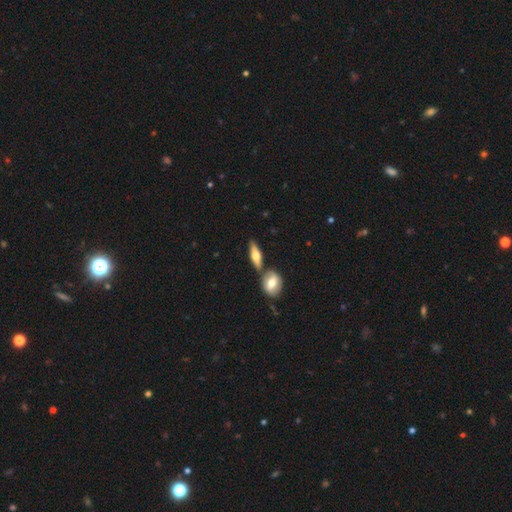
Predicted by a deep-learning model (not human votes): Smooth or featured?
  - smooth: 53% *
  - featured or disk: 41%
  - star or artifact: 6%
How rounded?
  - in between: 53% *
  - cigar-shaped: 43%
  - round: 5%
Merging?
  - none: 64% *
  - merger: 22%
  - minor disturbance: 11%
  - major disturbance: 3%